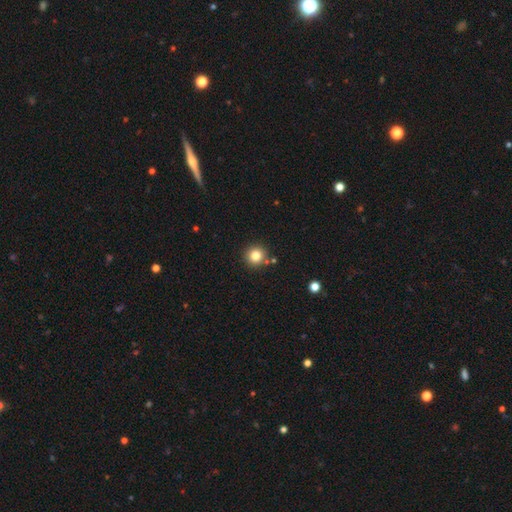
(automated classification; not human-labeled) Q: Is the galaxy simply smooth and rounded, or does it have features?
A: smooth — 81%.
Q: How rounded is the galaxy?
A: round — 94%.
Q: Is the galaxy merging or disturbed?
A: none — 85%.